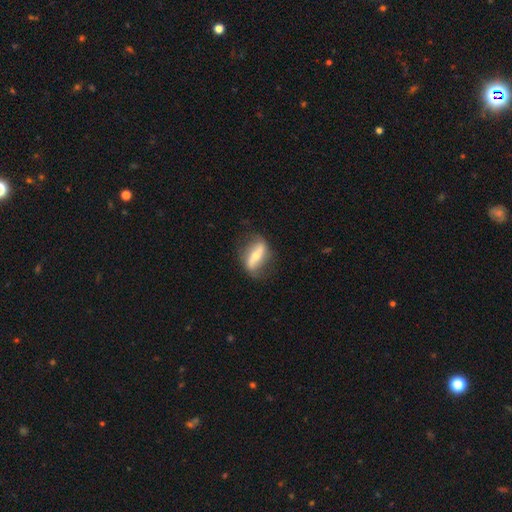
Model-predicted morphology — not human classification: This is likely a featured or disk galaxy (68%). It is likely not viewed edge-on (75%). Bar: likely strong (71%). Spiral arm pattern: likely yes (65%). Central bulge: possibly small (47%). Merging: likely none (71%).